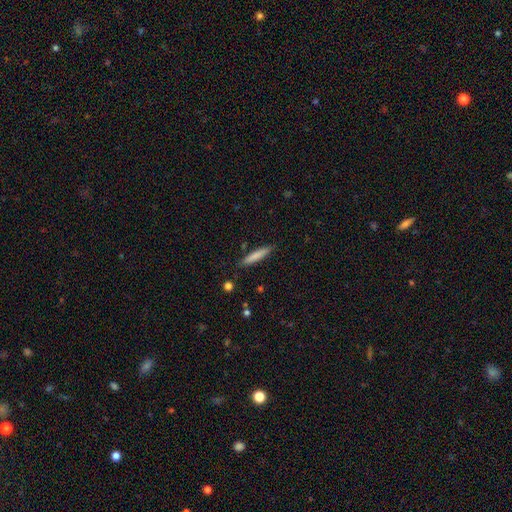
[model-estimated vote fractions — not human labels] A smooth galaxy with no disk features (78%) that is cigar-shaped (91%). Merging: none (87%).